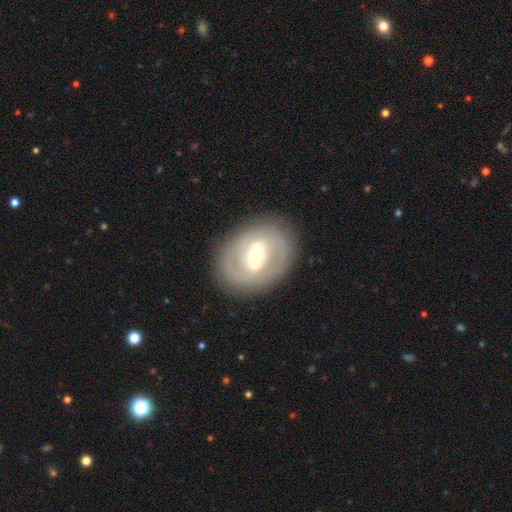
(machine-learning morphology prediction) Q: Smooth or featured?
A: featured or disk (72%); runner-up: smooth (22%)
Q: Edge-on disk?
A: no (94%); runner-up: yes (6%)
Q: Bar?
A: strong (46%); runner-up: weak (38%)
Q: Spiral arms?
A: yes (54%); runner-up: no (46%)
Q: Bulge size?
A: moderate (61%); runner-up: small (30%)
Q: Merging?
A: none (82%); runner-up: minor disturbance (11%)